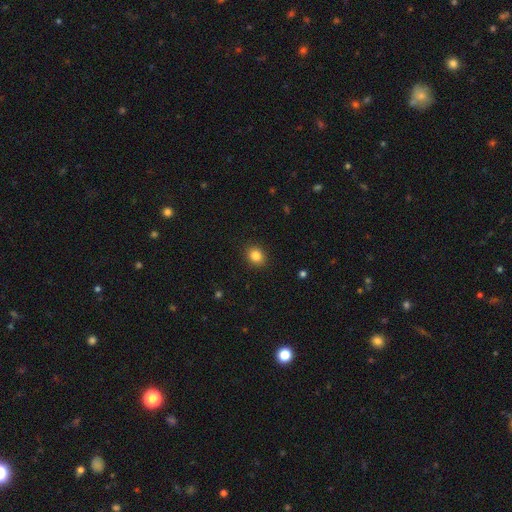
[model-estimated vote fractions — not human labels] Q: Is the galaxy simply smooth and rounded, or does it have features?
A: smooth — 84%.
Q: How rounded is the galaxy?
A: round — 61%.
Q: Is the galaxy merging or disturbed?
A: none — 90%.